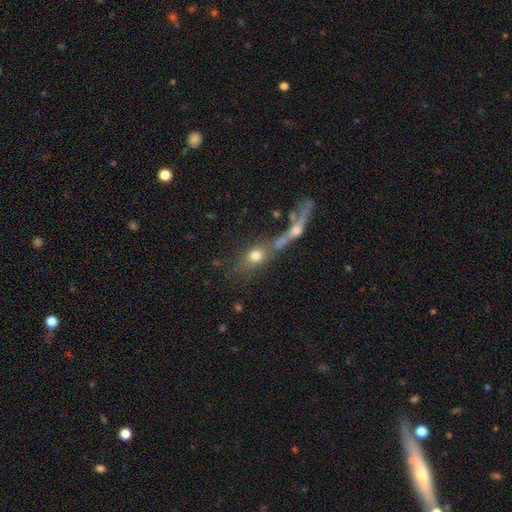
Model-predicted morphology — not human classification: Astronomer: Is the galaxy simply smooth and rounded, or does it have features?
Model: smooth — 66%.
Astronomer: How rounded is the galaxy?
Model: round — 48% (runner-up: in between, 38%).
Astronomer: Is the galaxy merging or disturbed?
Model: merger — 44% (runner-up: none, 39%).